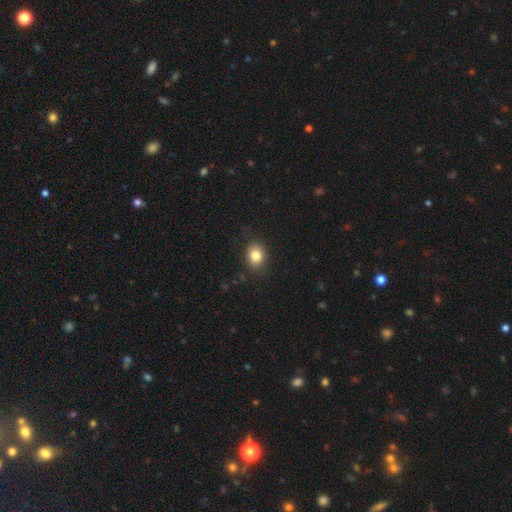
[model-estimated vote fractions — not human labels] smooth-or-featured: smooth: 83% | star or artifact: 10% | featured or disk: 8%
  how-rounded: in between: 52% | round: 47% | cigar-shaped: 1%
  merging: none: 84% | minor disturbance: 12% | major disturbance: 3% | merger: 1%